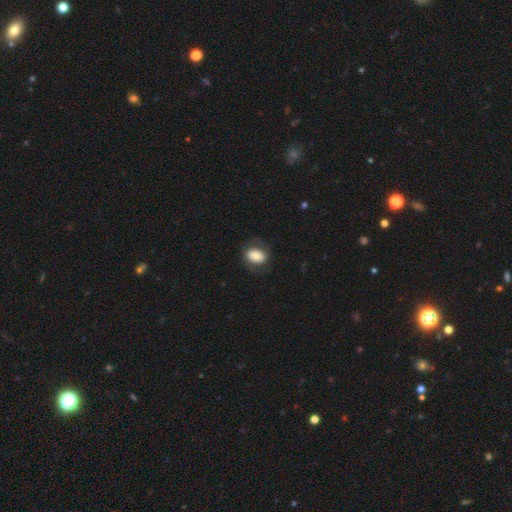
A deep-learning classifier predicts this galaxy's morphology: Q: Smooth or featured?
A: smooth (73%); runner-up: featured or disk (20%)
Q: How rounded?
A: in between (75%); runner-up: round (23%)
Q: Merging?
A: none (74%); runner-up: minor disturbance (16%)